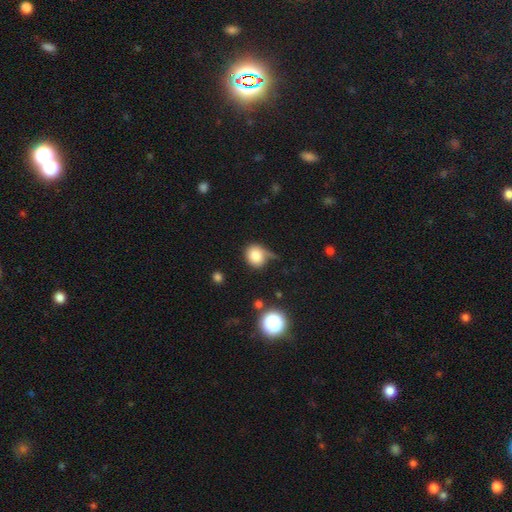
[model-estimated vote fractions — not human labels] Smooth or featured: smooth — 79% (star or artifact — 11%)
How rounded: round — 76% (in between — 23%)
Merging: none — 49% (minor disturbance — 30%)